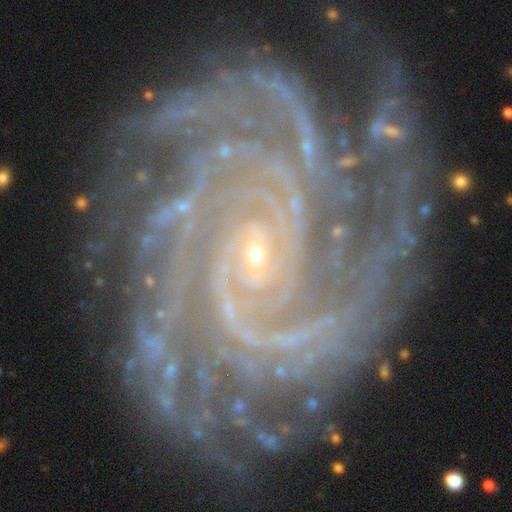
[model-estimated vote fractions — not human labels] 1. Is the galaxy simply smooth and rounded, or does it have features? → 92% featured or disk, 5% star or artifact, 3% smooth.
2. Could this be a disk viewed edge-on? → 98% no, 2% yes.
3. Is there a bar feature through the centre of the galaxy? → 51% no, 31% weak, 18% strong.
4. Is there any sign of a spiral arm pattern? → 99% yes, 1% no.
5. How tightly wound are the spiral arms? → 74% tight, 22% medium, 3% loose.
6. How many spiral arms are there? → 20% 4 (tied), 20% 2 (tied), 18% 3, 17% more than 4, 15% can't tell, 10% 1.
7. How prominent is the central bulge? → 86% small, 10% moderate, 2% none, 1% large, 1% dominant.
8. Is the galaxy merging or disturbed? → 72% none, 17% minor disturbance, 9% major disturbance, 3% merger.